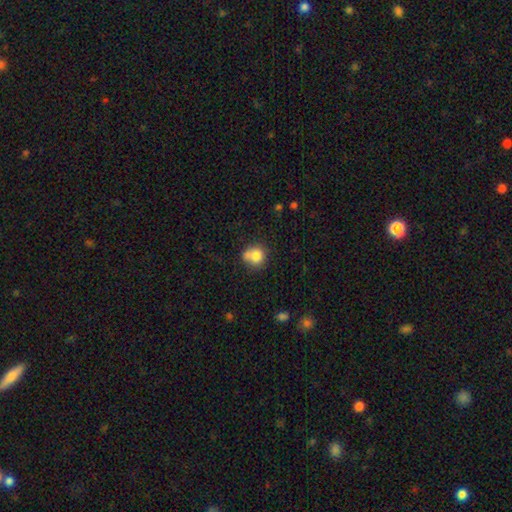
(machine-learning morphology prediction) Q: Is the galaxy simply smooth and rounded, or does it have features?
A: smooth — 78%.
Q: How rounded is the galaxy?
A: round — 78%.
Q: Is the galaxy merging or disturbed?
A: none — 45%.